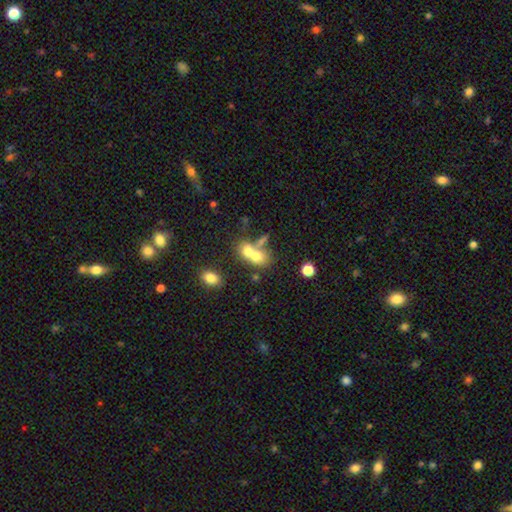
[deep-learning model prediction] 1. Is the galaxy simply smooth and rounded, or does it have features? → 67% smooth, 21% featured or disk, 12% star or artifact.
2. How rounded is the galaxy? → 49% round (tied), 49% in between (tied), 2% cigar-shaped.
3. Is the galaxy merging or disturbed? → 66% merger, 23% none, 6% minor disturbance, 5% major disturbance.